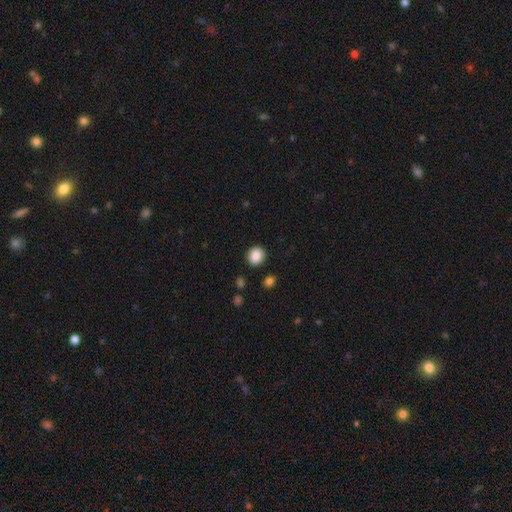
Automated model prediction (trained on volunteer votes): A smooth galaxy with no disk features (86%) that is round (69%).

Vote fractions:
- Smooth or featured? smooth: 86% / star or artifact: 9% / featured or disk: 5%
- How rounded? round: 69% / in between: 30% / cigar-shaped: 1%
- Merging? none: 88% / minor disturbance: 8% / major disturbance: 2% / merger: 2%